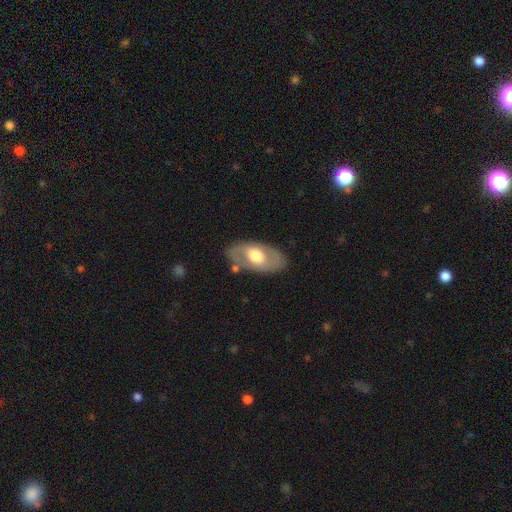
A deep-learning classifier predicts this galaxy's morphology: A featured or disk galaxy (52%).

Vote fractions:
- Smooth or featured? featured or disk: 52% / smooth: 43% / star or artifact: 5%
- Edge-on disk? no: 88% / yes: 12%
- Merging? none: 76% / minor disturbance: 15% / major disturbance: 5% / merger: 4%